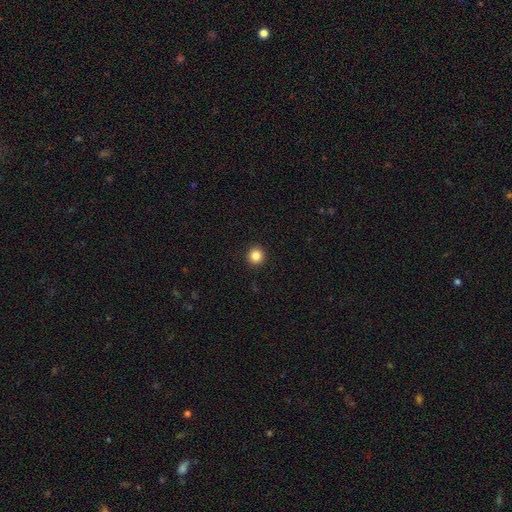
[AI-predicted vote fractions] Morphology: type=smooth (85%); roundness=round (93%); merging=none (93%).